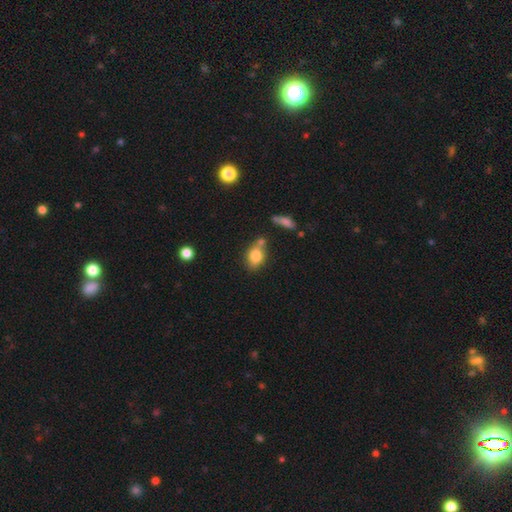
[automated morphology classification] The model was most divided on "merging": none: 55%, merger: 21%, minor disturbance: 18%, major disturbance: 6%. More confident: smooth or featured — smooth (80%); how rounded — in between (67%).